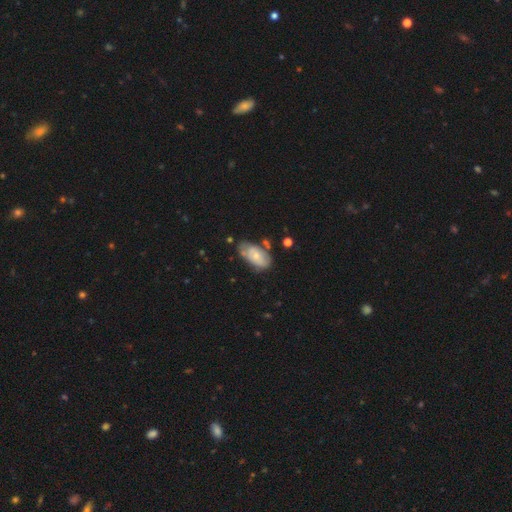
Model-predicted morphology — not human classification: This is possibly a smooth galaxy (55%). How rounded: clearly in between (92%). Merging: possibly none (50%).